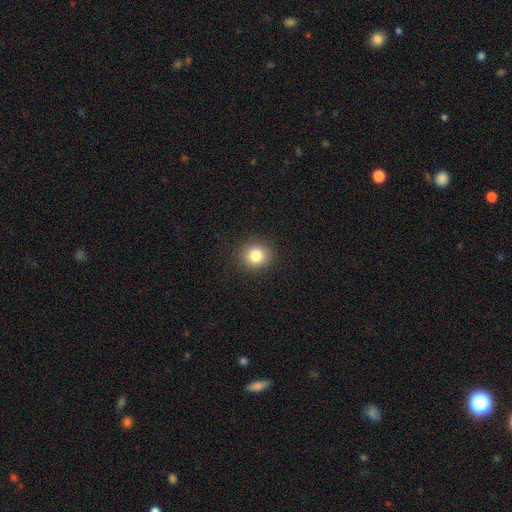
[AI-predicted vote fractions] Overall: smooth (83%). How rounded: round (87%). Merging: none (91%).